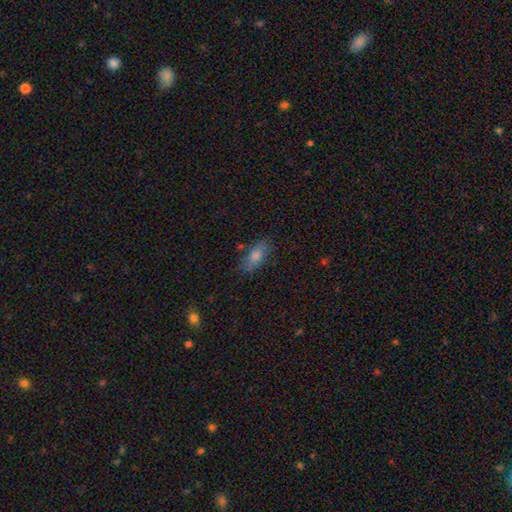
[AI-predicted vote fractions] A smooth galaxy with no disk features (74%) that is in between round and cigar-shaped (78%).

Vote fractions:
- Smooth or featured? smooth: 74% / featured or disk: 17% / star or artifact: 10%
- How rounded? in between: 78% / cigar-shaped: 18% / round: 3%
- Merging? none: 81% / minor disturbance: 13% / merger: 3% / major disturbance: 3%